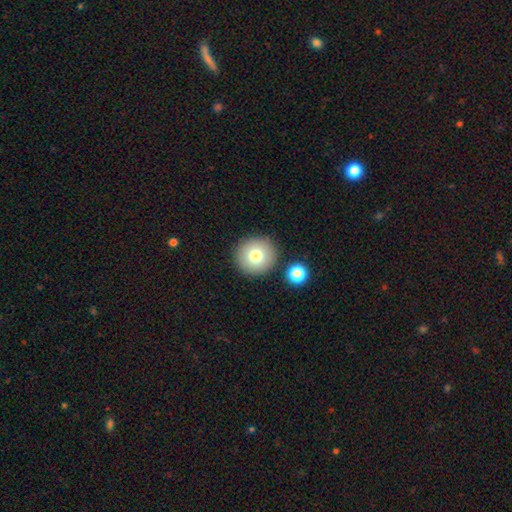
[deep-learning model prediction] smooth-or-featured: smooth: 77% | featured or disk: 13% | star or artifact: 10%
  how-rounded: round: 92% | in between: 7% | cigar-shaped: 1%
  merging: none: 85% | minor disturbance: 7% | merger: 5% | major disturbance: 2%